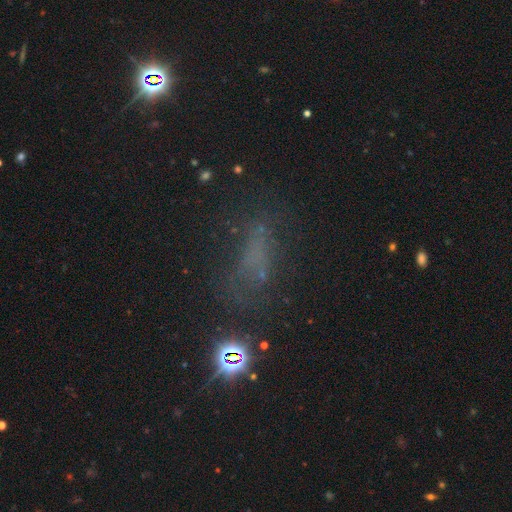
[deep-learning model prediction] star or artifact 41%, smooth 35%, featured or disk 24%.